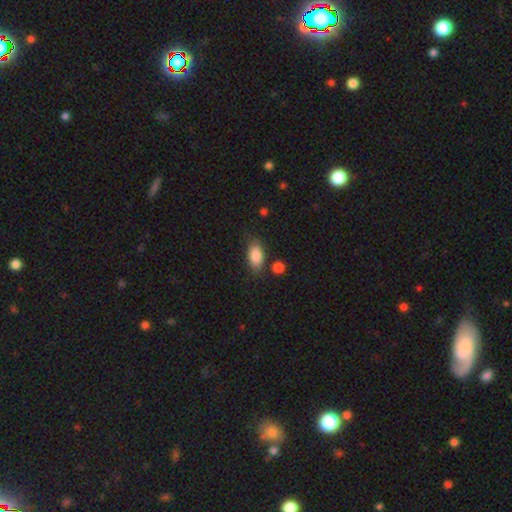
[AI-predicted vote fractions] The model was most divided on "merging": none: 72%, minor disturbance: 18%, merger: 6%, major disturbance: 5%. More confident: how rounded — in between (90%); smooth or featured — smooth (85%).